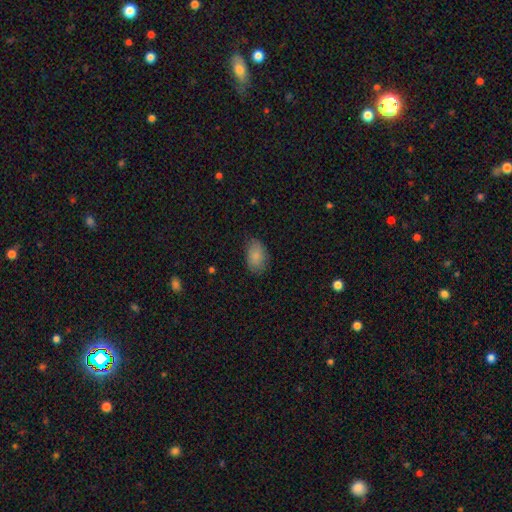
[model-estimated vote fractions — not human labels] A smooth galaxy with no disk features (85%) that is in between round and cigar-shaped (89%).

Vote fractions:
- Smooth or featured? smooth: 85% / featured or disk: 8% / star or artifact: 7%
- How rounded? in between: 89% / round: 10% / cigar-shaped: 1%
- Merging? none: 75% / minor disturbance: 20% / major disturbance: 4% / merger: 1%